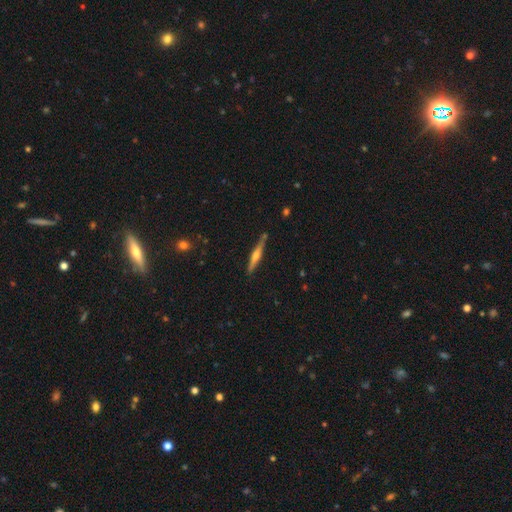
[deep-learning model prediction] featured or disk 69%, smooth 25%, star or artifact 6%. Down the decision tree: edge-on disk — yes (97%); edge-on bulge — rounded (87%); merging — none (87%).